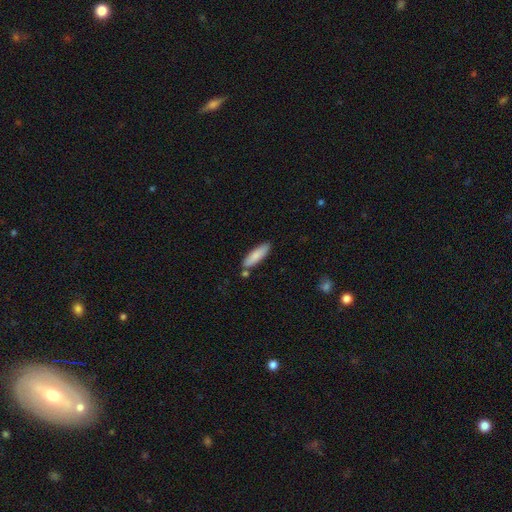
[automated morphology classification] Smooth or featured?
  - smooth: 84% *
  - featured or disk: 10%
  - star or artifact: 6%
How rounded?
  - cigar-shaped: 61% *
  - in between: 38%
  - round: 1%
Merging?
  - none: 78% *
  - minor disturbance: 12%
  - merger: 7%
  - major disturbance: 2%